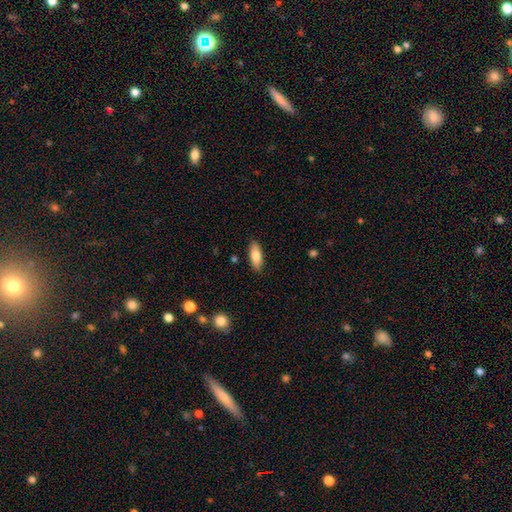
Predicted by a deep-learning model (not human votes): Q: Smooth or featured?
A: smooth (81%); runner-up: featured or disk (12%)
Q: How rounded?
A: in between (75%); runner-up: cigar-shaped (23%)
Q: Merging?
A: none (87%); runner-up: minor disturbance (9%)